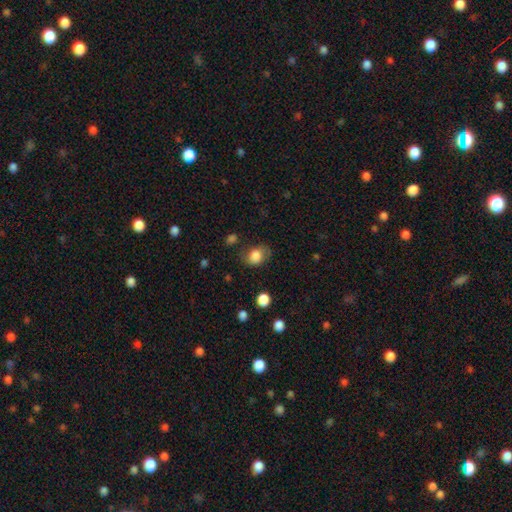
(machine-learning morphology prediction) A smooth galaxy with no disk features (82%) that is in between round and cigar-shaped (59%).

Vote fractions:
- Smooth or featured? smooth: 82% / featured or disk: 9% / star or artifact: 9%
- How rounded? in between: 59% / round: 40% / cigar-shaped: 1%
- Merging? none: 66% / minor disturbance: 22% / major disturbance: 9% / merger: 3%